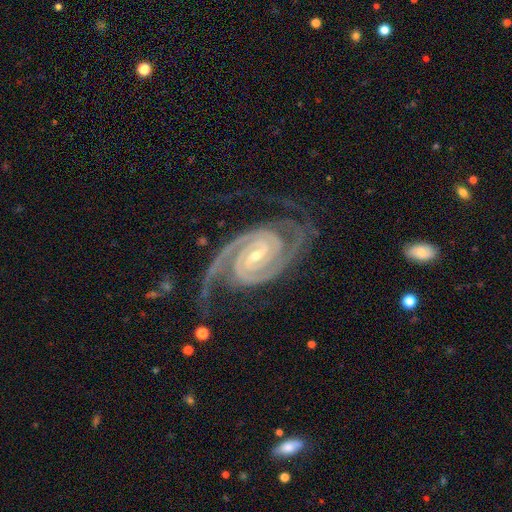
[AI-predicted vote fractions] This is clearly a featured or disk galaxy (94%). It is clearly not viewed edge-on (98%). Bar: marginally weak (42%). Spiral arm pattern: clearly yes (99%). Spiral arm count: likely 2 (79%). Spiral winding: likely tight (68%). Central bulge: likely small (68%). Merging: likely none (73%).